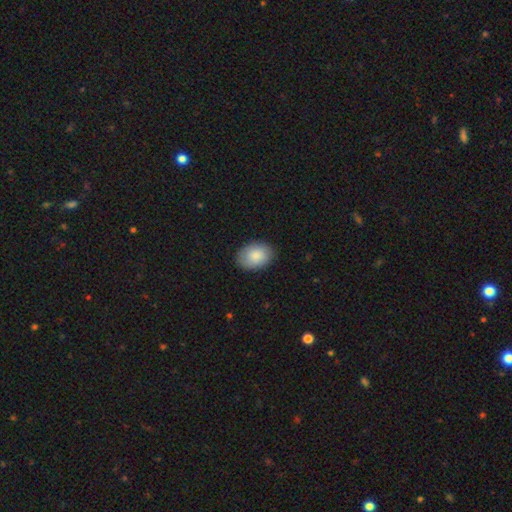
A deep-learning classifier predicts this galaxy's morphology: Smooth or featured?
  - smooth: 87% *
  - featured or disk: 7%
  - star or artifact: 6%
How rounded?
  - in between: 81% *
  - round: 18%
  - cigar-shaped: 1%
Merging?
  - none: 87% *
  - minor disturbance: 10%
  - major disturbance: 2%
  - merger: 1%